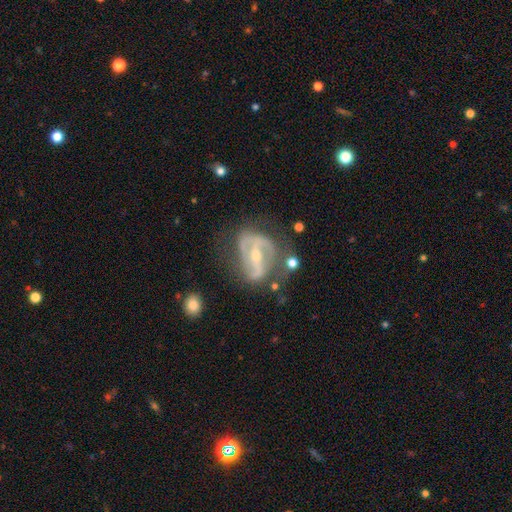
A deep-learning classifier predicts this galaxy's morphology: Smooth or featured?
  - featured or disk: 86% *
  - smooth: 8%
  - star or artifact: 6%
Edge-on disk?
  - no: 95% *
  - yes: 5%
Bar?
  - strong: 60% *
  - weak: 27%
  - no: 12%
Spiral arms?
  - yes: 89% *
  - no: 11%
Spiral winding?
  - medium: 45% *
  - tight: 28%
  - loose: 26%
Spiral arm count?
  - 2: 75% *
  - can't tell: 11%
  - 3: 6%
  - 1: 5%
  - 4: 2%
  - more than 4: 1%
Bulge size?
  - small: 51% *
  - moderate: 46%
  - large: 2%
  - none: 1%
  - dominant: 1%
Merging?
  - none: 52% *
  - minor disturbance: 24%
  - major disturbance: 19%
  - merger: 5%